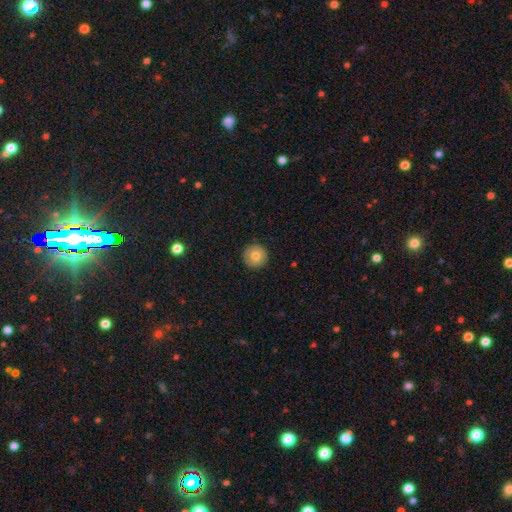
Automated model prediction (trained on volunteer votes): Q: Smooth or featured?
A: smooth (76%); runner-up: featured or disk (16%)
Q: How rounded?
A: round (96%); runner-up: in between (3%)
Q: Merging?
A: none (91%); runner-up: minor disturbance (6%)